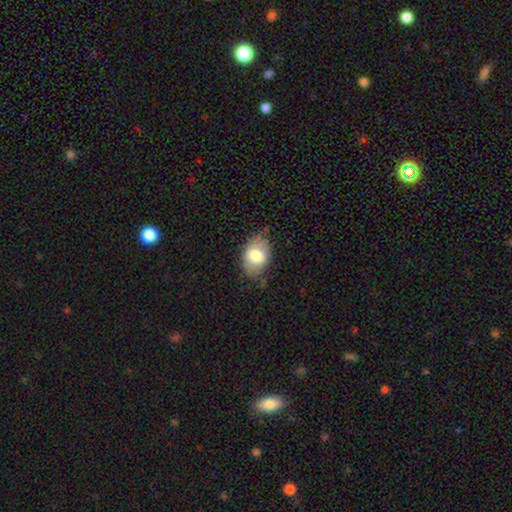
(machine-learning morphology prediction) smooth 72%, featured or disk 21%, star or artifact 7%. Down the decision tree: how rounded — in between (85%); merging — none (74%).